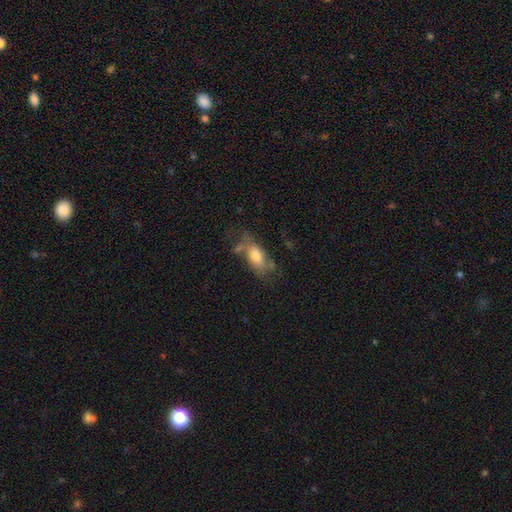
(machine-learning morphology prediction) Smooth or featured: smooth — 64% (featured or disk — 27%)
How rounded: in between — 83% (cigar-shaped — 12%)
Merging: none — 45% (minor disturbance — 26%)